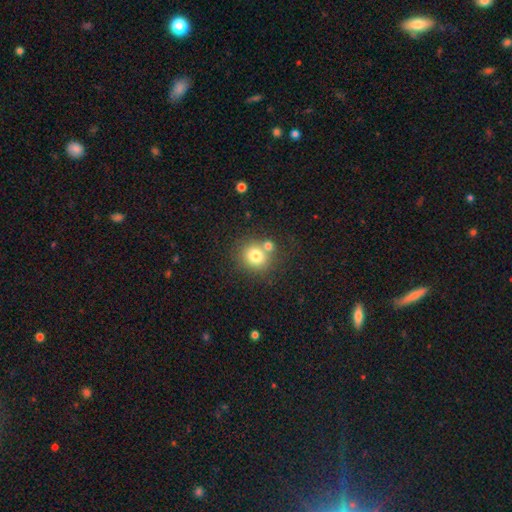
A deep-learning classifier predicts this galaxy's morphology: smooth_or_featured: smooth (p=0.76) [alt: star or artifact p=0.12]
how_rounded: round (p=0.85) [alt: in between p=0.14]
merging: none (p=0.62) [alt: merger p=0.25]